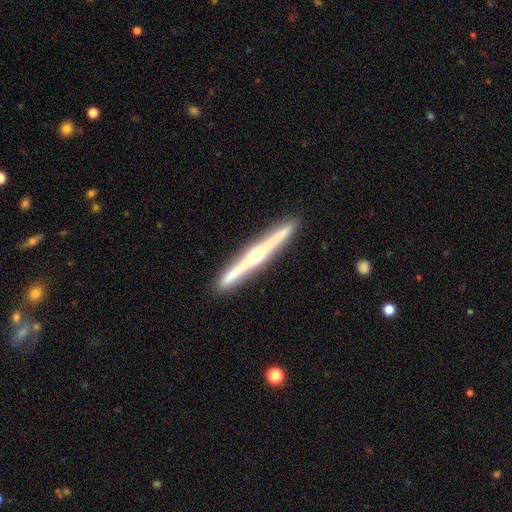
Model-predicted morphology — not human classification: Overall: featured or disk (77%). Edge-on disk: yes (98%). Edge-on bulge: rounded (75%). Merging: none (91%).